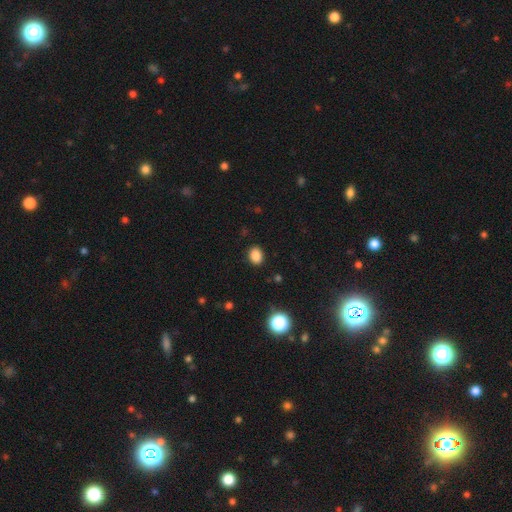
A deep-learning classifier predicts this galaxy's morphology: Smooth or featured? Predicted: smooth (p=0.86). How rounded? Predicted: in between (p=0.59). Merging? Predicted: none (p=0.89).